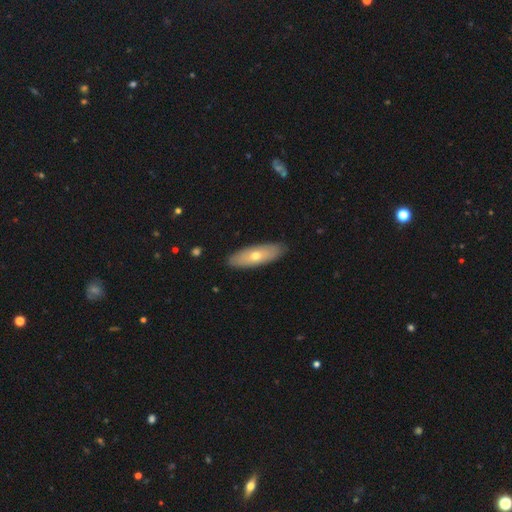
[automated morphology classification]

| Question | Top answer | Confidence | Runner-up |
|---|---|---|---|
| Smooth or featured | smooth | 55% | featured or disk (39%) |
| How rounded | in between | 61% | cigar-shaped (37%) |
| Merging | none | 88% | minor disturbance (9%) |